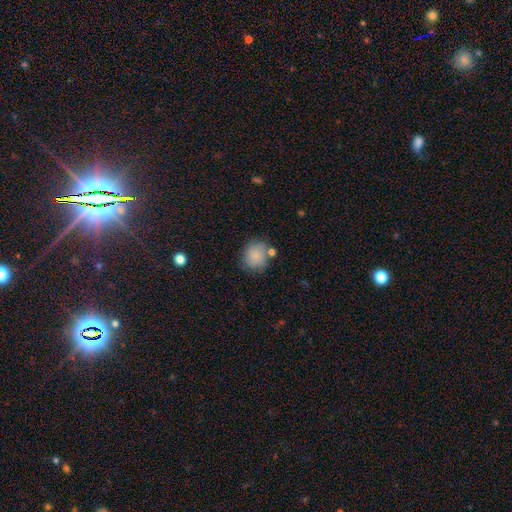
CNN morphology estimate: smooth-or-featured: smooth: 86% | star or artifact: 8% | featured or disk: 6%
  how-rounded: round: 76% | in between: 23% | cigar-shaped: 1%
  merging: none: 70% | minor disturbance: 16% | merger: 9% | major disturbance: 5%